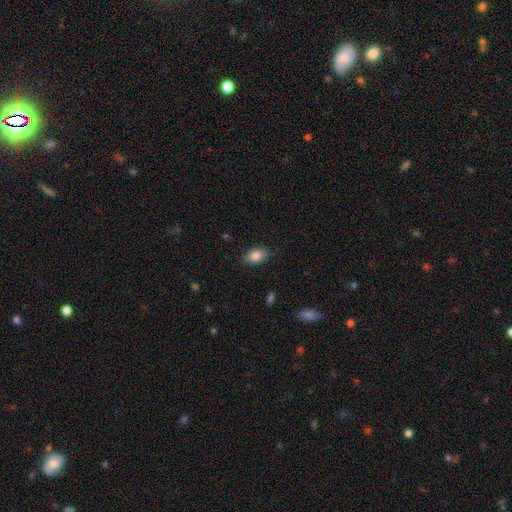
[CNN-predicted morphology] Smooth or featured? smooth (86%)
How rounded? in between (87%)
Merging? none (85%)